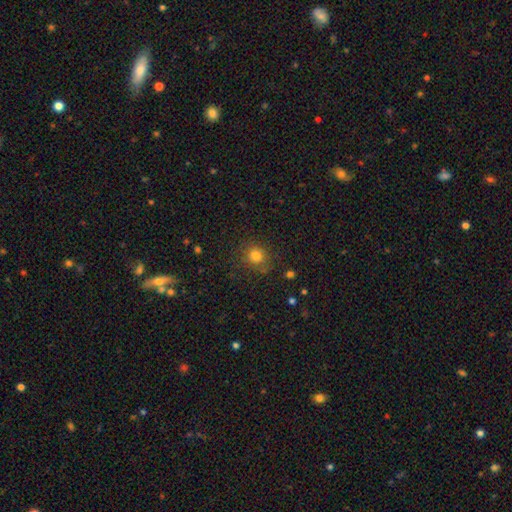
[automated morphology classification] The model was most divided on "smooth or featured": smooth: 80%, star or artifact: 14%, featured or disk: 6%. More confident: how rounded — round (88%); merging — none (84%).